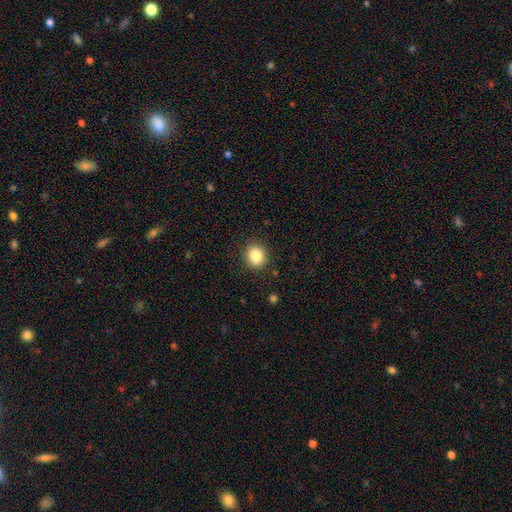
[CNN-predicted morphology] smooth-or-featured: smooth: 86% | star or artifact: 10% | featured or disk: 4%
  how-rounded: round: 80% | in between: 19% | cigar-shaped: 1%
  merging: none: 89% | minor disturbance: 7% | major disturbance: 2% | merger: 1%